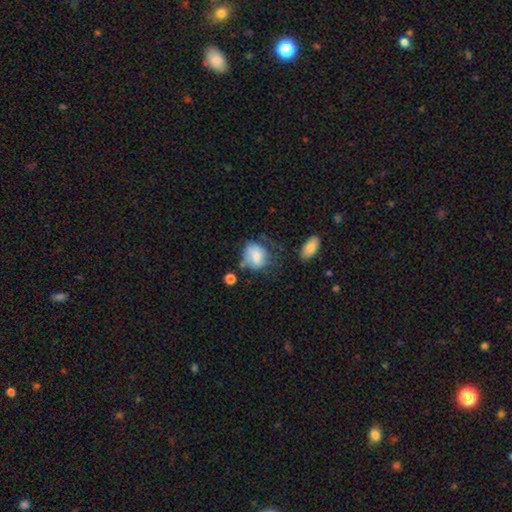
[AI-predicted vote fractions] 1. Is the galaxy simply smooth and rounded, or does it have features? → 69% smooth, 23% featured or disk, 8% star or artifact.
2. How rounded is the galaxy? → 56% round, 43% in between, 1% cigar-shaped.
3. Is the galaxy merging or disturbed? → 36% none, 31% minor disturbance, 25% major disturbance, 8% merger.